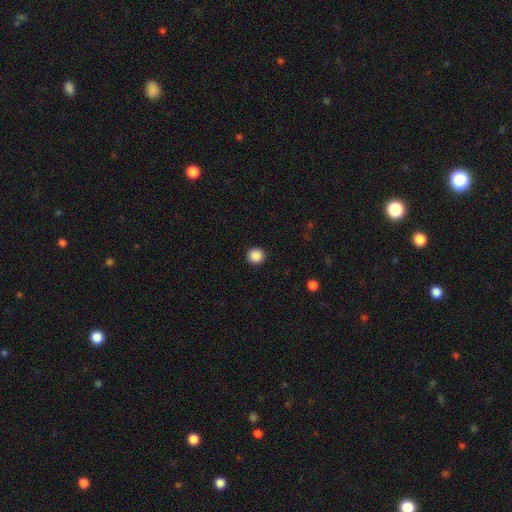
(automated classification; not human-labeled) This appears to be a smooth galaxy with no disk features (88%) that is round (94%). Merging: none (93%).